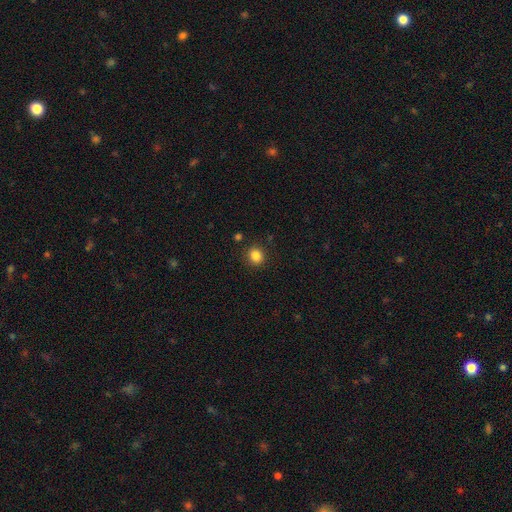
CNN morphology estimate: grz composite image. It shows a smooth galaxy with no disk features (84%) that is round (80%). Merging: none (89%).